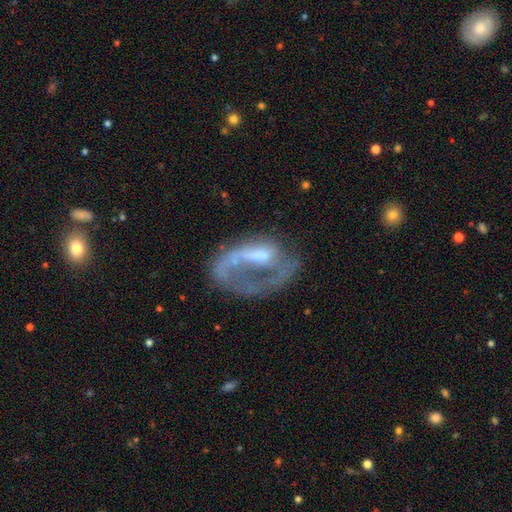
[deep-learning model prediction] Smooth or featured: featured or disk — 71% (smooth — 21%)
Edge-on disk: no — 96% (yes — 4%)
Bar: no — 59% (weak — 30%)
Spiral arms: yes — 60% (no — 40%)
Bulge size: small — 34% (moderate — 30%)
Merging: major disturbance — 50% (none — 29%)